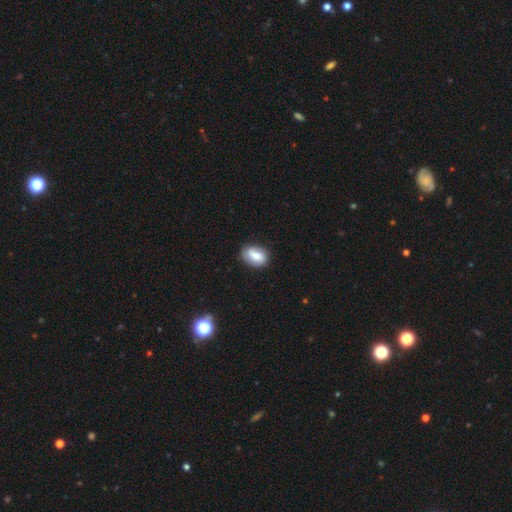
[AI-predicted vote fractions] This is likely a smooth galaxy (79%). How rounded: clearly in between (82%). Merging: clearly none (83%).